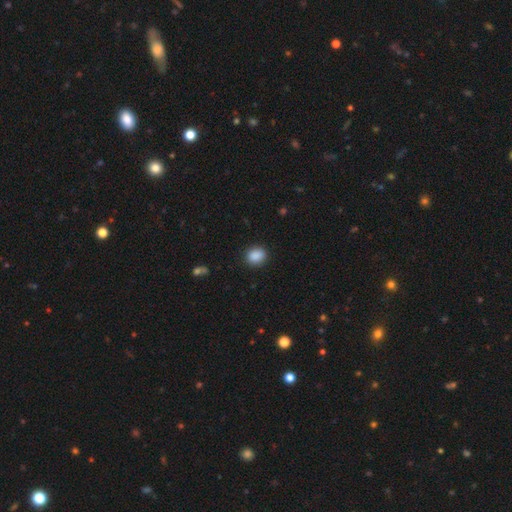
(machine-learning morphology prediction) A smooth galaxy with no disk features (88%) that is round (60%). Merging: none (88%).